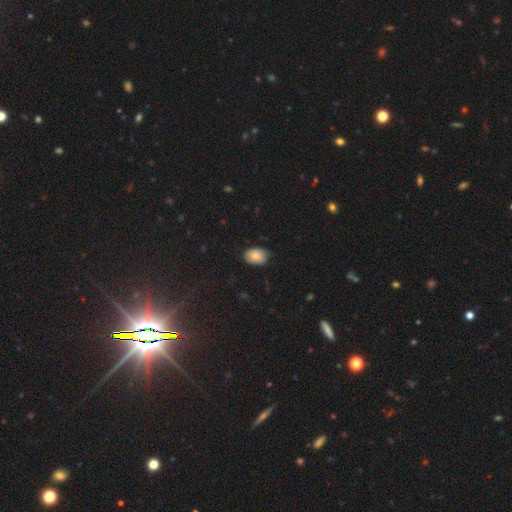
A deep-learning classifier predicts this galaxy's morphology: smooth_or_featured: smooth (p=0.78) [alt: featured or disk p=0.13]
how_rounded: in between (p=0.80) [alt: round p=0.19]
merging: none (p=0.69) [alt: minor disturbance p=0.26]